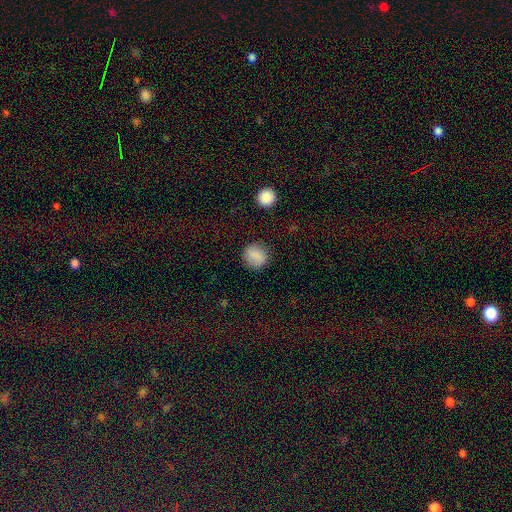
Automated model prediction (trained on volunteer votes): smooth 86%, star or artifact 9%, featured or disk 5%. Down the decision tree: how rounded — round (84%); merging — none (86%).